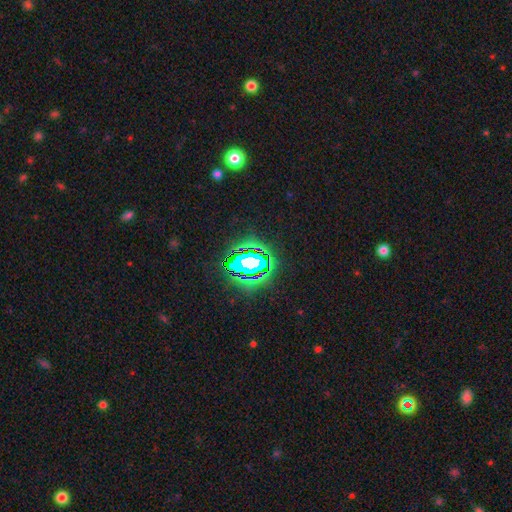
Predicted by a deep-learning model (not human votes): The model was most divided on "smooth or featured": star or artifact: 66%, smooth: 18%, featured or disk: 16%.